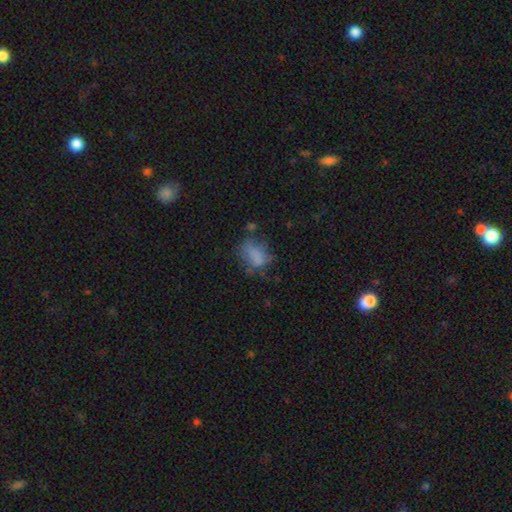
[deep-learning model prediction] The model was most divided on "merging": none: 37%, major disturbance: 28%, minor disturbance: 28%, merger: 7%. More confident: how rounded — in between (76%); smooth or featured — smooth (66%).